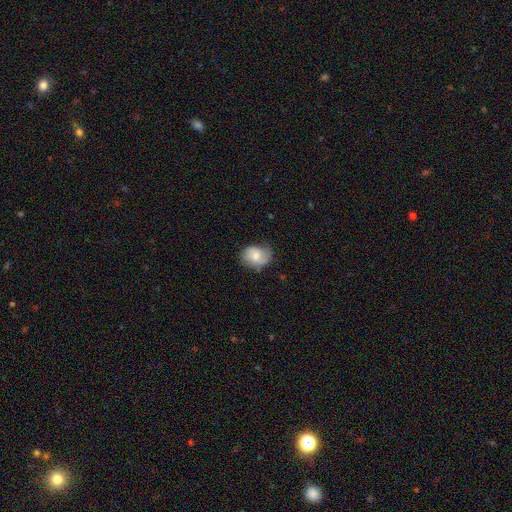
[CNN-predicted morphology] smooth_or_featured: smooth (p=0.66) [alt: featured or disk p=0.27]
how_rounded: in between (p=0.51) [alt: round p=0.48]
merging: none (p=0.60) [alt: minor disturbance p=0.30]